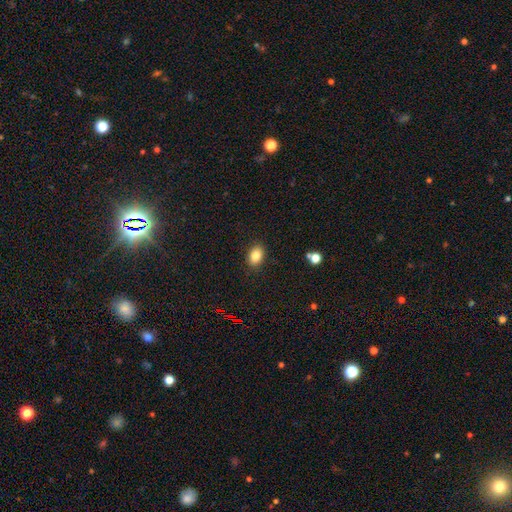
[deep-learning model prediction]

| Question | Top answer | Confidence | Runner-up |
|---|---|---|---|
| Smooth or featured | smooth | 84% | star or artifact (10%) |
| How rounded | in between | 78% | round (21%) |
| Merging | none | 88% | minor disturbance (9%) |